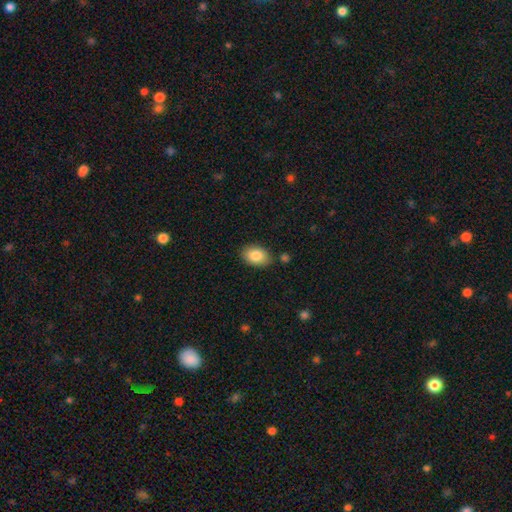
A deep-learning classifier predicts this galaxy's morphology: Smooth or featured: smooth — 85% (featured or disk — 8%)
How rounded: in between — 87% (round — 12%)
Merging: none — 83% (minor disturbance — 11%)